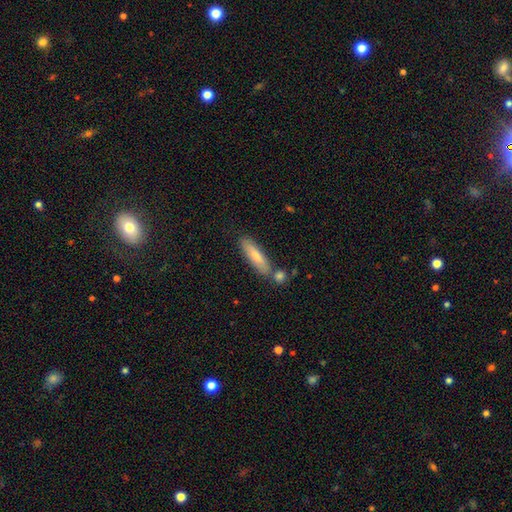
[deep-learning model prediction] Smooth or featured: smooth — 71% (featured or disk — 22%)
How rounded: cigar-shaped — 73% (in between — 26%)
Merging: none — 70% (merger — 14%)